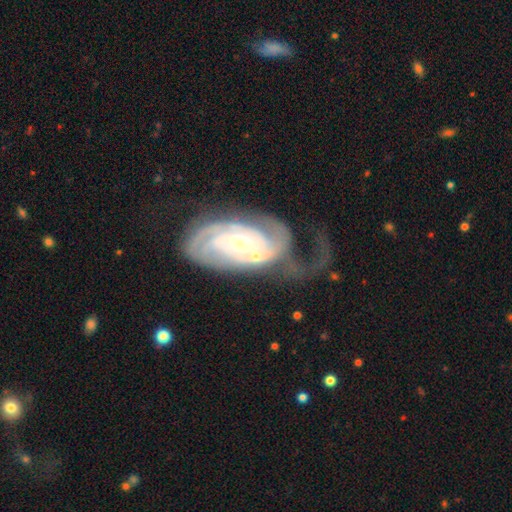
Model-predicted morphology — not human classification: Smooth or featured? featured or disk (84%)
Edge-on disk? no (95%)
Bar? no (50%)
Spiral arms? yes (92%)
Spiral winding? tight (50%)
Spiral arm count? 2 (48%)
Bulge size? moderate (55%)
Merging? none (40%)